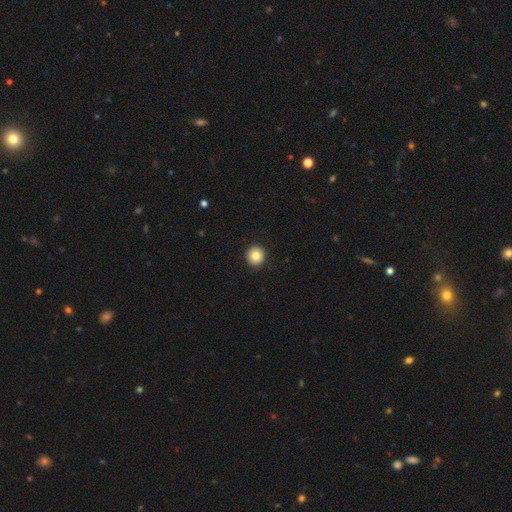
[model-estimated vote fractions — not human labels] Smooth or featured? Predicted: smooth (p=0.83). How rounded? Predicted: round (p=0.95). Merging? Predicted: none (p=0.93).